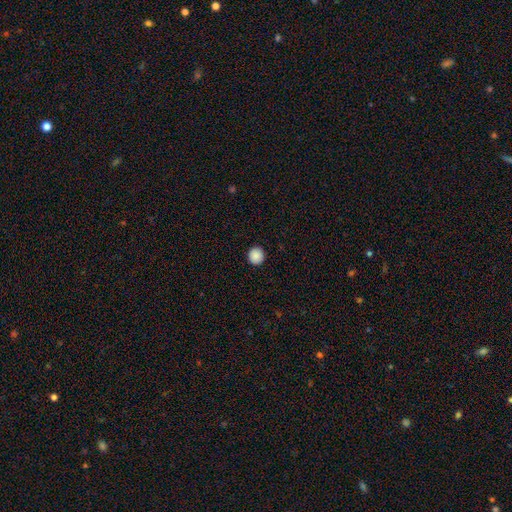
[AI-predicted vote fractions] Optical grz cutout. It shows a smooth galaxy with no disk features (89%) that is round (92%). Merging: none (93%).